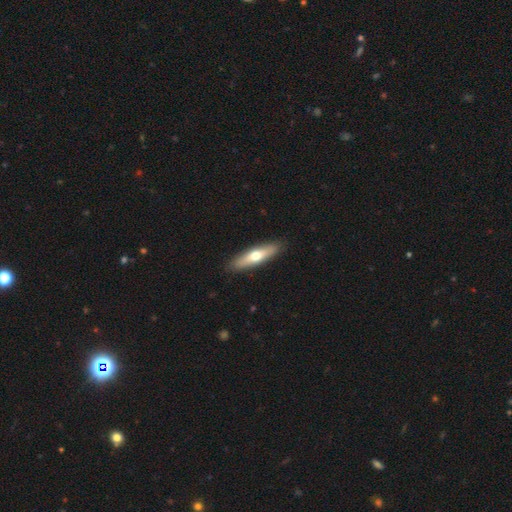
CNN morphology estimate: The model was most divided on "smooth or featured": smooth: 55%, featured or disk: 40%, star or artifact: 5%. More confident: merging — none (90%); how rounded — cigar-shaped (70%).